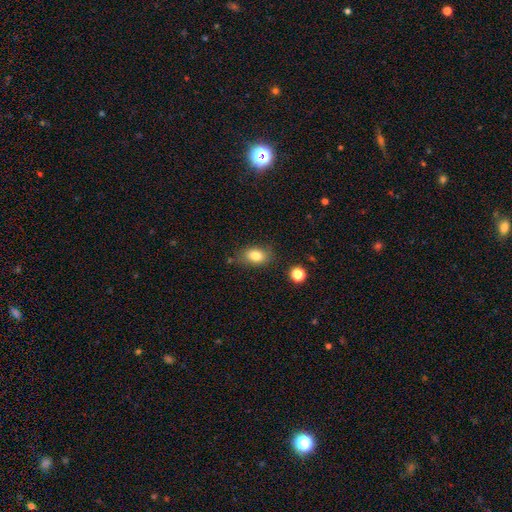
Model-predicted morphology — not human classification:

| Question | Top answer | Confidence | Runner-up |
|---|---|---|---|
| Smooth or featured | smooth | 81% | star or artifact (10%) |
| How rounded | in between | 79% | round (19%) |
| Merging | none | 76% | minor disturbance (17%) |